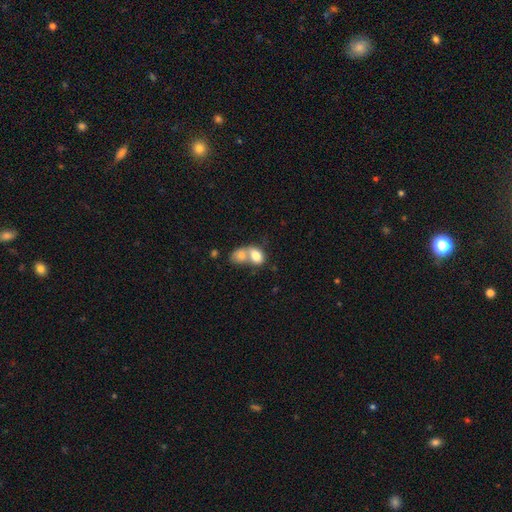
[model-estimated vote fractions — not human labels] A smooth galaxy with no disk features (78%) that is in between round and cigar-shaped (75%). Merging: merger (73%).